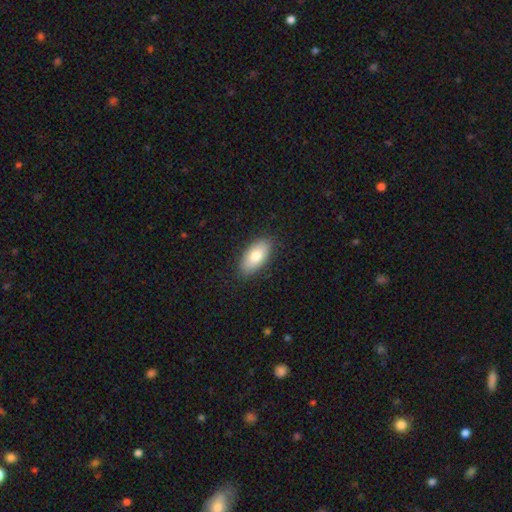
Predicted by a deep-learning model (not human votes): Smooth or featured? smooth (78%)
How rounded? in between (92%)
Merging? none (86%)